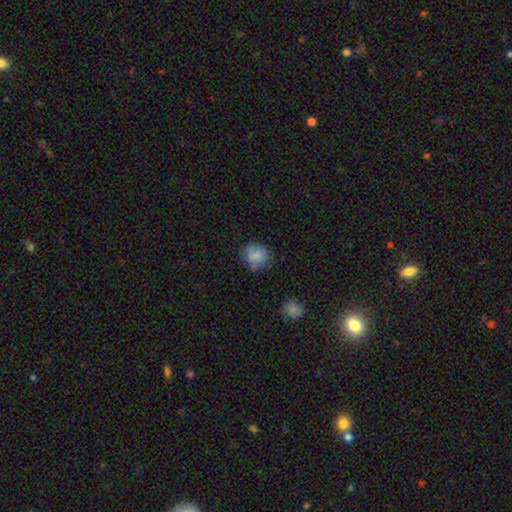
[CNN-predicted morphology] smooth_or_featured: smooth (p=0.80) [alt: featured or disk p=0.10]
how_rounded: round (p=0.77) [alt: in between p=0.22]
merging: none (p=0.72) [alt: minor disturbance p=0.20]